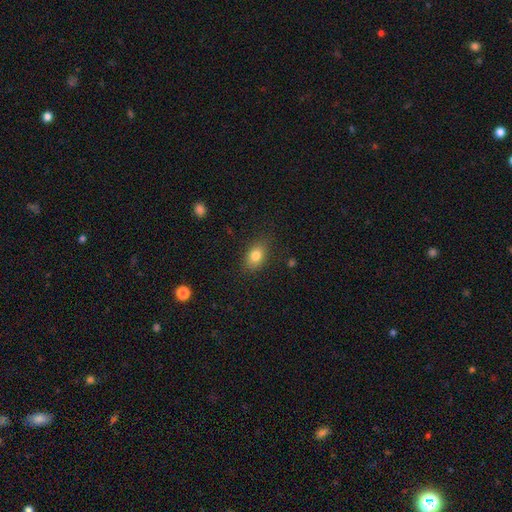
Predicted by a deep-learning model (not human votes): Smooth or featured? Predicted: smooth (p=0.81). How rounded? Predicted: in between (p=0.82). Merging? Predicted: none (p=0.83).